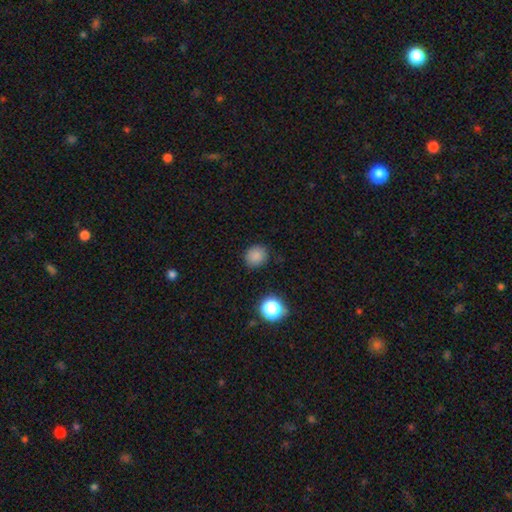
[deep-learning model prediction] A smooth galaxy with no disk features (82%) that is round (83%). Merging: none (86%).